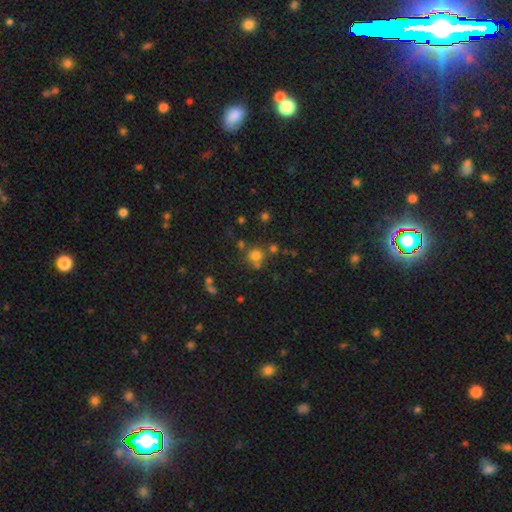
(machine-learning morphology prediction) Smooth or featured: smooth — 72% (star or artifact — 19%)
How rounded: round — 90% (in between — 9%)
Merging: none — 69% (merger — 16%)